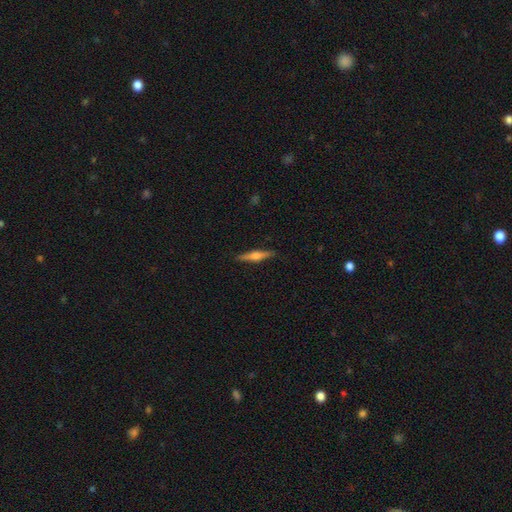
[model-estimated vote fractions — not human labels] This is likely a featured or disk galaxy (61%). It is clearly viewed edge-on (97%). Edge-on bulge: clearly rounded (86%). Merging: clearly none (90%).